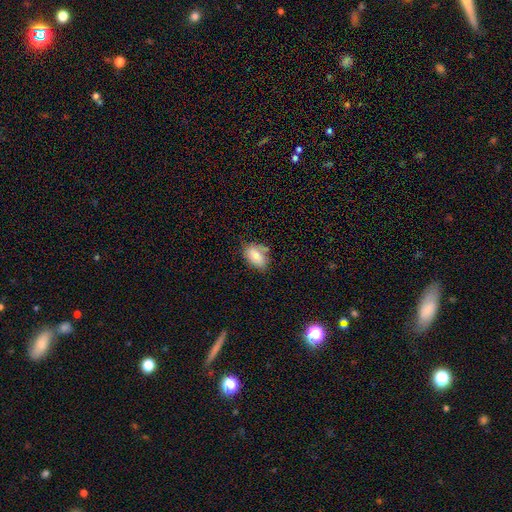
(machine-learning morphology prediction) Smooth or featured?
  - smooth: 73% *
  - featured or disk: 19%
  - star or artifact: 9%
How rounded?
  - in between: 87% *
  - round: 11%
  - cigar-shaped: 2%
Merging?
  - none: 62% *
  - minor disturbance: 25%
  - merger: 7%
  - major disturbance: 6%